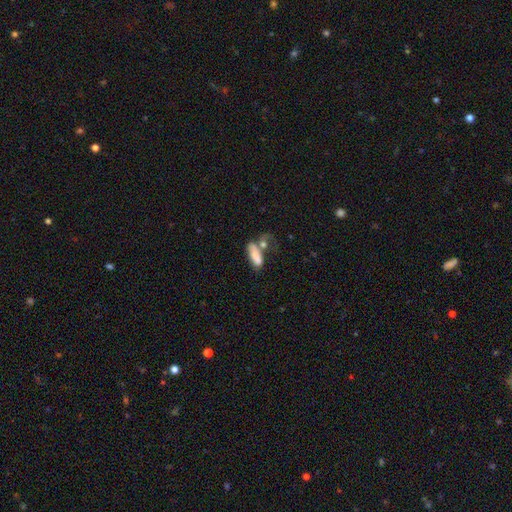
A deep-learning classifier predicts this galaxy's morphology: A smooth galaxy with no disk features (72%) that is in between round and cigar-shaped (73%). Merging: merger (47%).